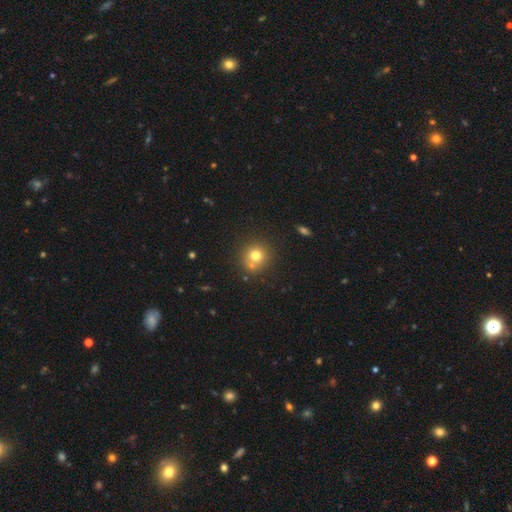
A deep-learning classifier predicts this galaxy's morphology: type=smooth (72%); roundness=round (90%); merging=none (65%).